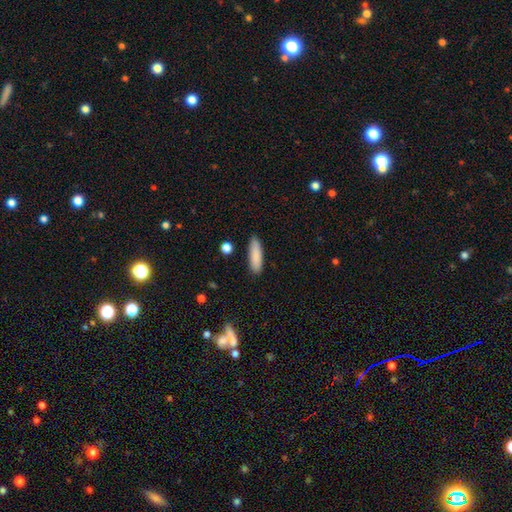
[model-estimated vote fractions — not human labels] Q: Smooth or featured?
A: smooth (87%); runner-up: featured or disk (7%)
Q: How rounded?
A: cigar-shaped (59%); runner-up: in between (39%)
Q: Merging?
A: none (87%); runner-up: minor disturbance (9%)